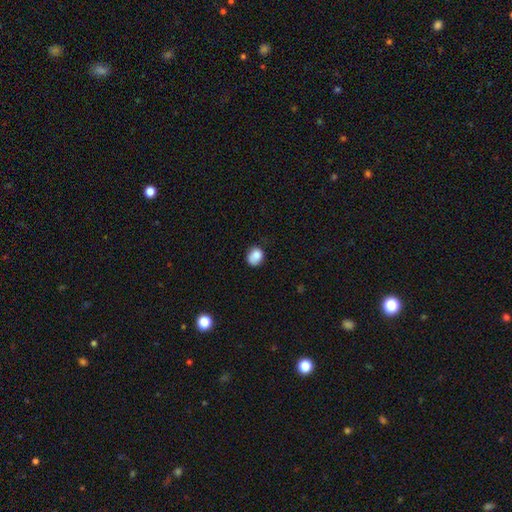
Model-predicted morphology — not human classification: This is clearly a smooth galaxy (85%). How rounded: possibly round (52%). Merging: likely none (61%).